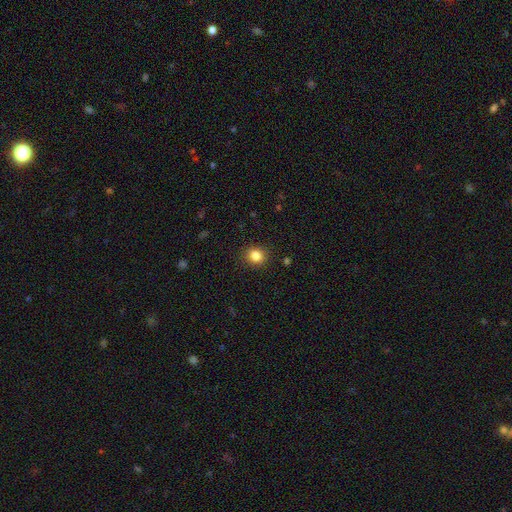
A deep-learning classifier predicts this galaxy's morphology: Smooth or featured: smooth — 84% (star or artifact — 11%)
How rounded: round — 79% (in between — 20%)
Merging: none — 90% (minor disturbance — 7%)